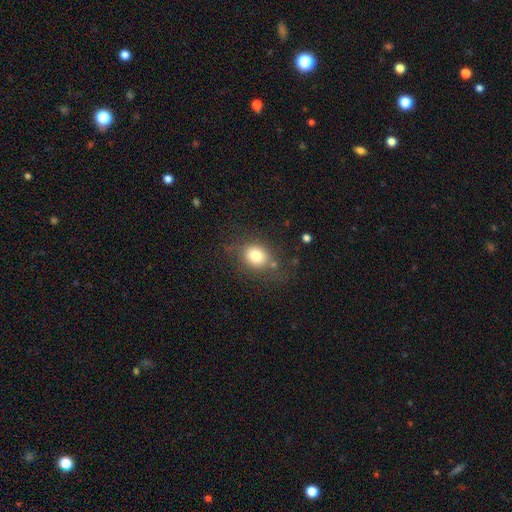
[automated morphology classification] Smooth or featured?
  - smooth: 78% *
  - featured or disk: 11%
  - star or artifact: 11%
How rounded?
  - round: 58% *
  - in between: 41%
  - cigar-shaped: 1%
Merging?
  - none: 69% *
  - minor disturbance: 17%
  - major disturbance: 9%
  - merger: 5%